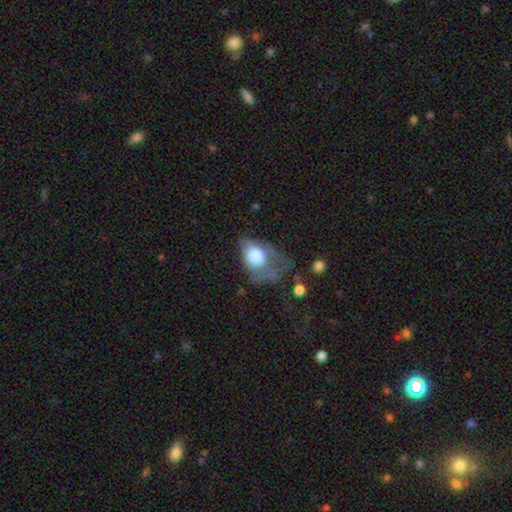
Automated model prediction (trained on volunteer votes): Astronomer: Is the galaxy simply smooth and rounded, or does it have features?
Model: smooth — 65%.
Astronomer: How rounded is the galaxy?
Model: in between — 71%.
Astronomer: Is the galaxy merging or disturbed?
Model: major disturbance — 54%.